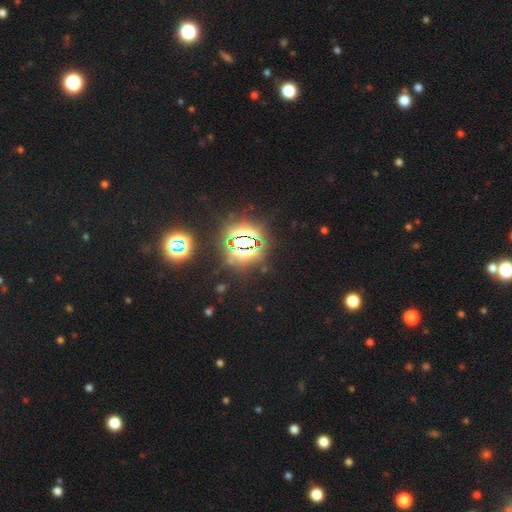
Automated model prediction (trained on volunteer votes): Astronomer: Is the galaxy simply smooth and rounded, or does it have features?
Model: star or artifact — 82%.